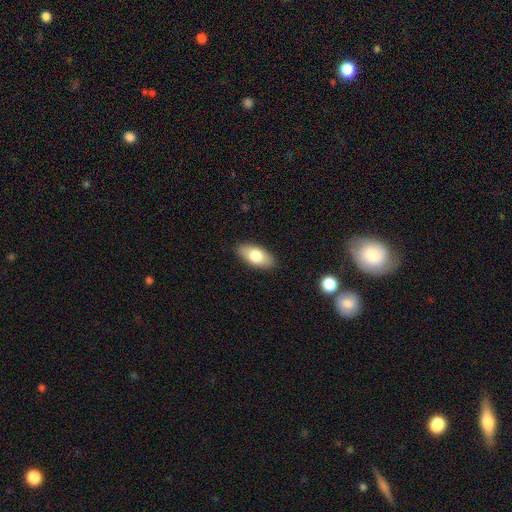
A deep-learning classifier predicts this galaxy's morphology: Smooth or featured: smooth — 76% (featured or disk — 17%)
How rounded: in between — 90% (cigar-shaped — 7%)
Merging: none — 88% (minor disturbance — 9%)